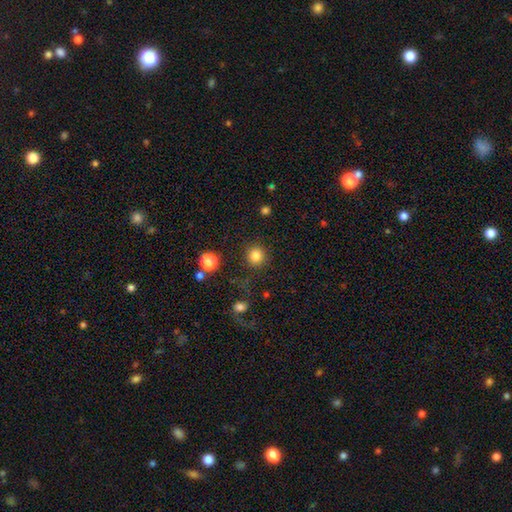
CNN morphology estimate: Overall: smooth (84%). How rounded: round (92%). Merging: none (87%).